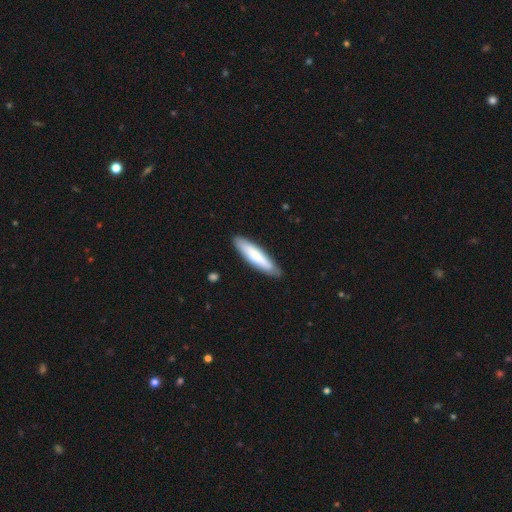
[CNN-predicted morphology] Smooth or featured? smooth (77%)
How rounded? cigar-shaped (79%)
Merging? none (85%)